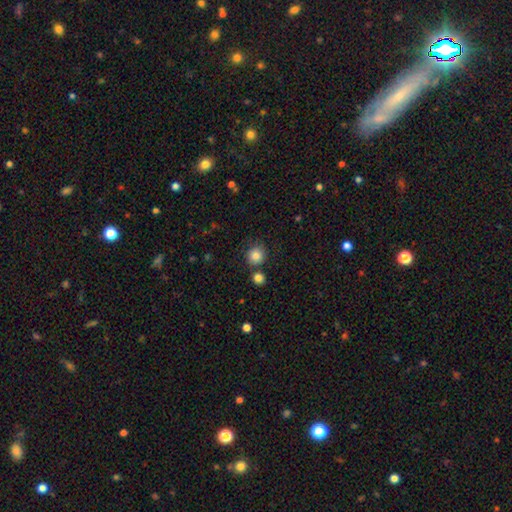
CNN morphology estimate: The model was most divided on "merging": none: 74%, merger: 13%, minor disturbance: 10%, major disturbance: 3%. More confident: how rounded — round (91%); smooth or featured — smooth (84%).